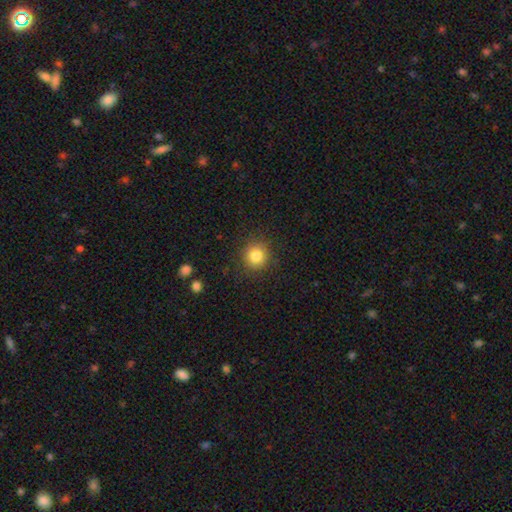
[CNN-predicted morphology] type=smooth (83%); roundness=round (92%); merging=none (89%).